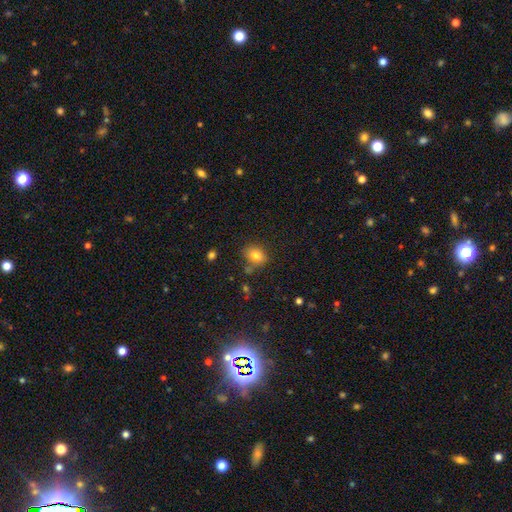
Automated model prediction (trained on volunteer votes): A smooth galaxy with no disk features (81%) that is in between round and cigar-shaped (64%). Merging: none (71%).